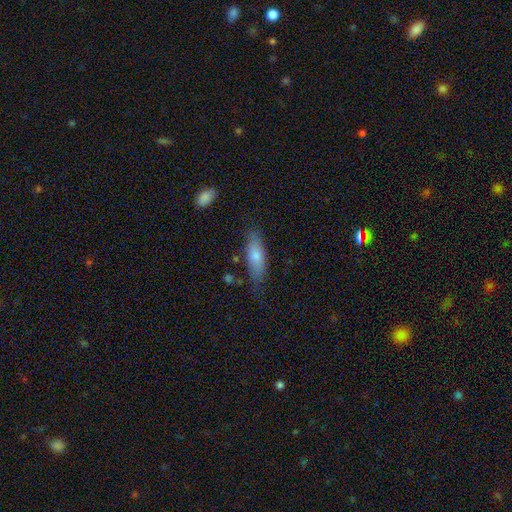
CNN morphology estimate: Overall: smooth (71%). How rounded: in between (55%; cigar-shaped 43%). Merging: none (69%).